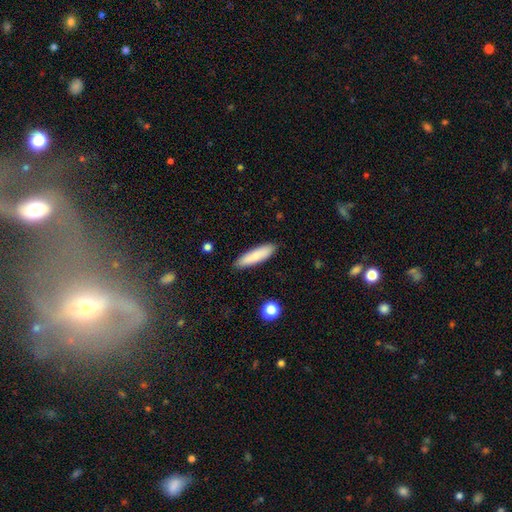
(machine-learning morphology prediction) This is clearly a smooth galaxy (81%). How rounded: likely cigar-shaped (71%). Merging: clearly none (89%).